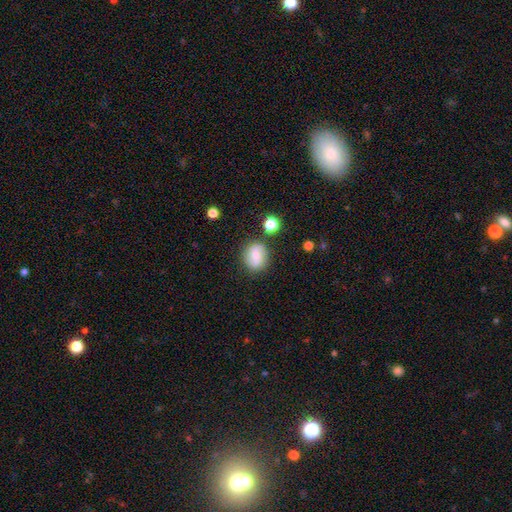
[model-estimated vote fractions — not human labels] This appears to be a smooth galaxy with no disk features (69%) that is round (59%). Merging: none (76%).